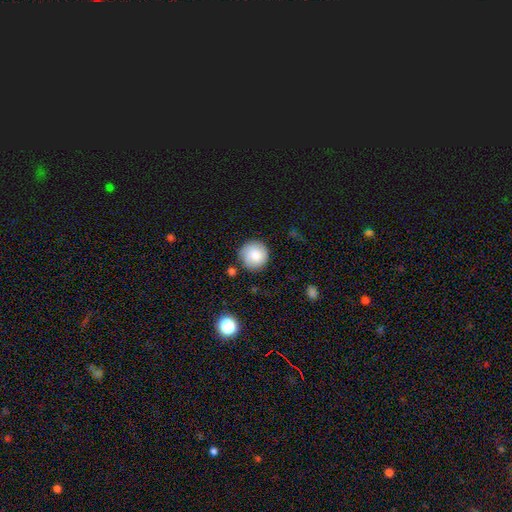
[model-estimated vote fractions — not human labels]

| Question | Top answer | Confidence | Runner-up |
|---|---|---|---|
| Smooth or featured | smooth | 81% | featured or disk (11%) |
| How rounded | round | 94% | in between (5%) |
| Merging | none | 81% | minor disturbance (13%) |